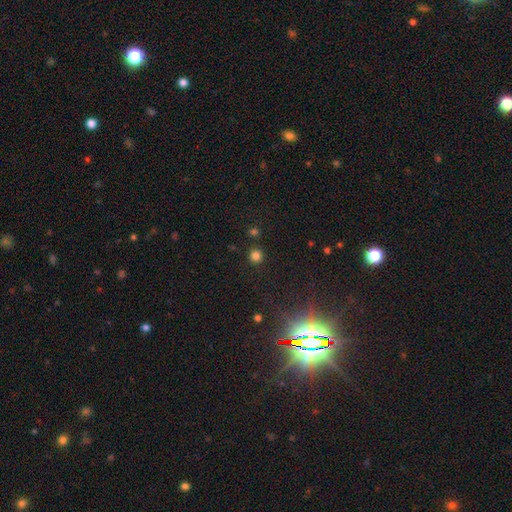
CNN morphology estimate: type=smooth (79%); roundness=round (93%); merging=none (89%).